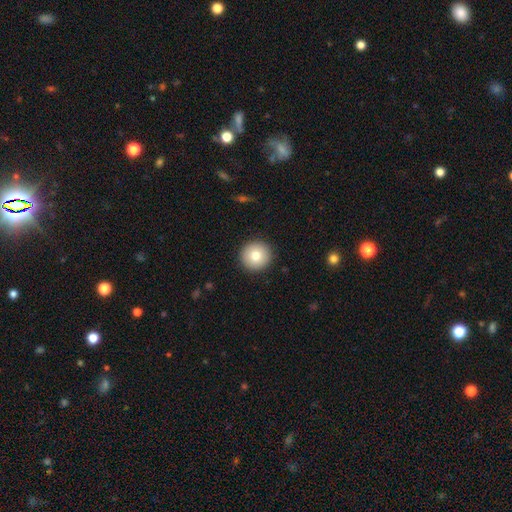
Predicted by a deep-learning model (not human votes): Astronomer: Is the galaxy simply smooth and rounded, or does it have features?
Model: smooth — 79%.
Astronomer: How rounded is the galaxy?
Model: round — 96%.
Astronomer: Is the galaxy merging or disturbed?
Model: none — 92%.